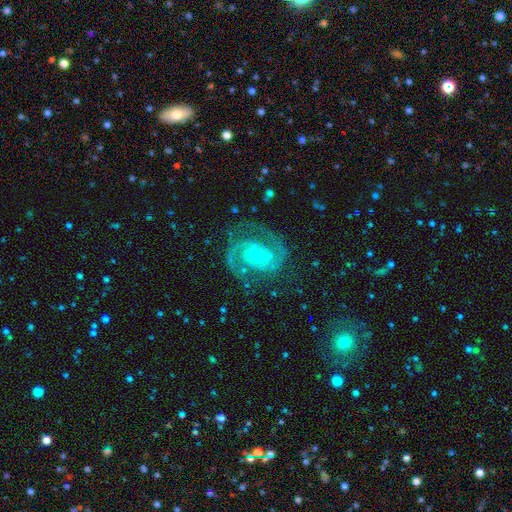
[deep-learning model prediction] Overall: featured or disk (92%). Edge-on disk: no (98%). Bar: no (64%; weak 27%). Spiral arms: yes (98%). Spiral arm count: 2 (91%). Spiral winding: medium (47%; tight 46%). Bulge size: small (67%). Merging: none (79%).